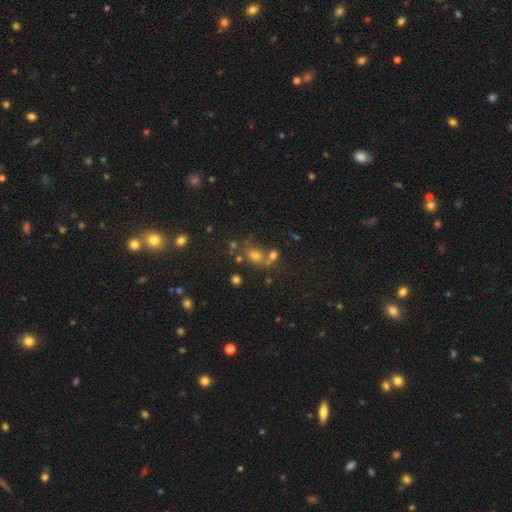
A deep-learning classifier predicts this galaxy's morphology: smooth-or-featured: smooth: 54% | star or artifact: 31% | featured or disk: 15%
  how-rounded: round: 61% | in between: 37% | cigar-shaped: 2%
  merging: none: 47% | merger: 36% | minor disturbance: 10% | major disturbance: 7%